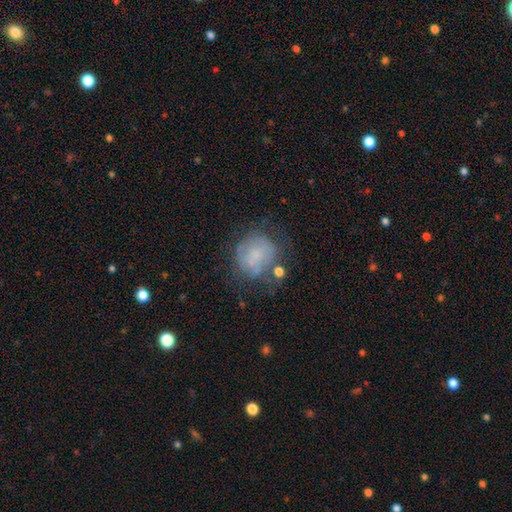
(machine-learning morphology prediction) This is possibly a smooth galaxy (48%). Merging: possibly none (51%).